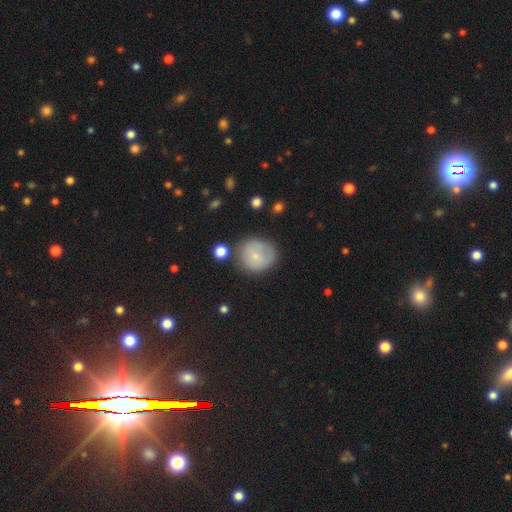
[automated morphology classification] The model was most divided on "merging": none: 61%, minor disturbance: 24%, major disturbance: 9%, merger: 6%. More confident: how rounded — round (79%); smooth or featured — smooth (66%).